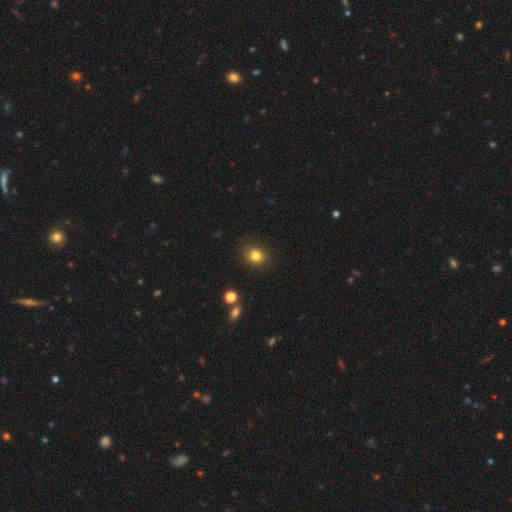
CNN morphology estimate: Smooth or featured? smooth (82%)
How rounded? round (72%)
Merging? none (87%)